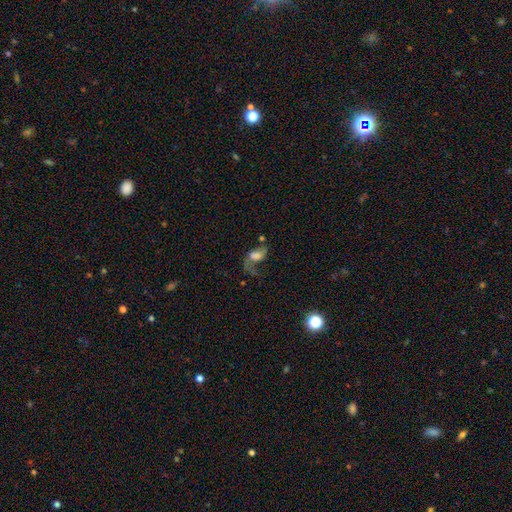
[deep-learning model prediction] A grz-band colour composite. It shows a featured or disk galaxy (56%) with no bar (58%), spiral arms (80%) and a large central bulge (34%). Merging: major disturbance (43%).